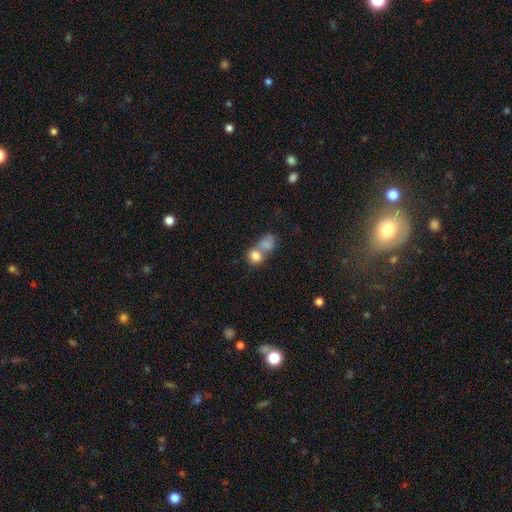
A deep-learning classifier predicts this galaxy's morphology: This is clearly a smooth galaxy (80%). How rounded: likely round (63%). Merging: likely merger (64%).